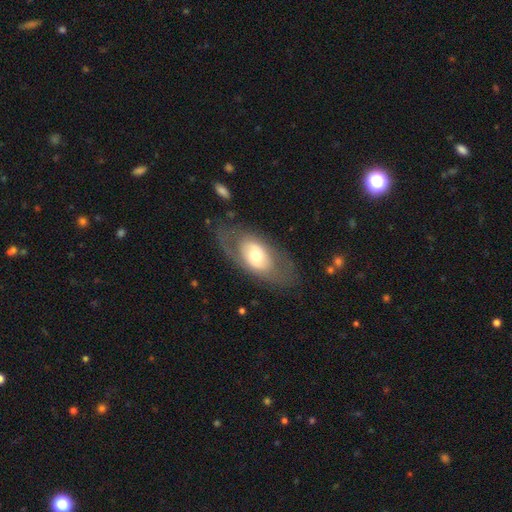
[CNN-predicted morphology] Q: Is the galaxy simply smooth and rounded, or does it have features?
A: featured or disk — 53%.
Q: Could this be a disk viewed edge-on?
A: no — 87%.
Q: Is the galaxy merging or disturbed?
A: none — 72%.